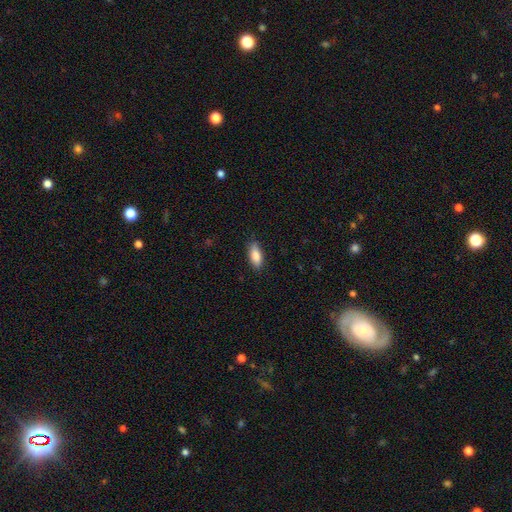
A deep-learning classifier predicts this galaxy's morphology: Smooth or featured? smooth (83%)
How rounded? in between (79%)
Merging? none (85%)